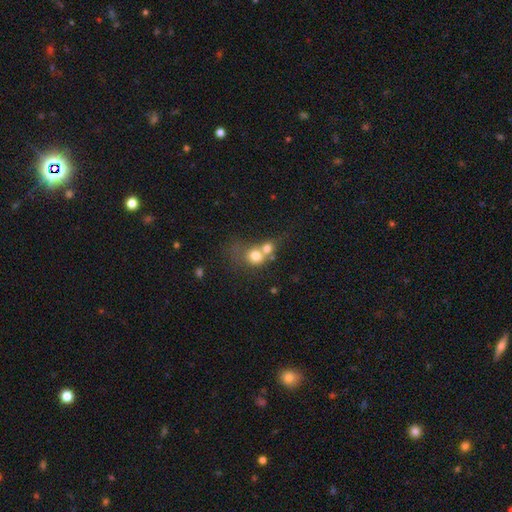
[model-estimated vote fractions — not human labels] Smooth or featured? Predicted: smooth (p=0.71). How rounded? Predicted: round (p=0.71). Merging? Predicted: merger (p=0.68).